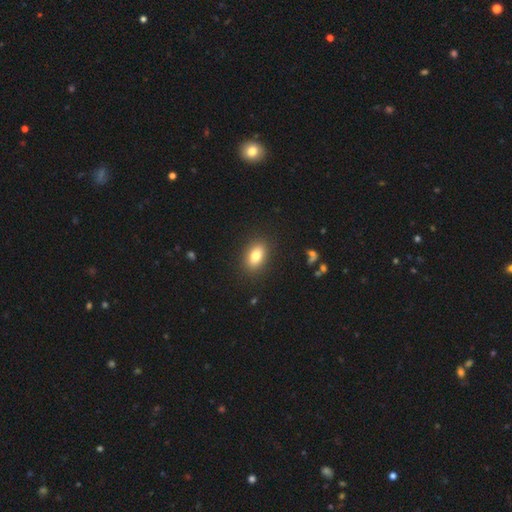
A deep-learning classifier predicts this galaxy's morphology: This is clearly a smooth galaxy (80%). How rounded: clearly in between (83%). Merging: clearly none (88%).